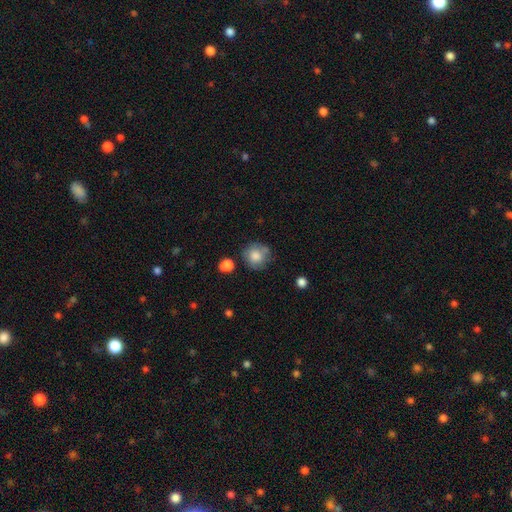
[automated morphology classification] smooth-or-featured: smooth: 77% | featured or disk: 14% | star or artifact: 9%
  how-rounded: round: 88% | in between: 11% | cigar-shaped: 1%
  merging: none: 67% | minor disturbance: 20% | major disturbance: 7% | merger: 6%